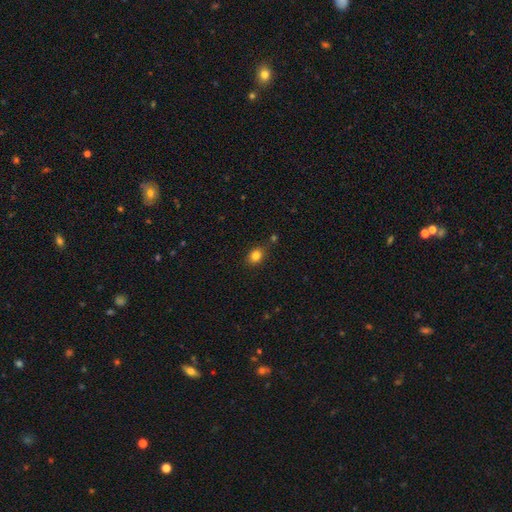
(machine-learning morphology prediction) The model was most divided on "how rounded": round: 50%, in between: 49%, cigar-shaped: 1%. More confident: smooth or featured — smooth (83%); merging — none (80%).